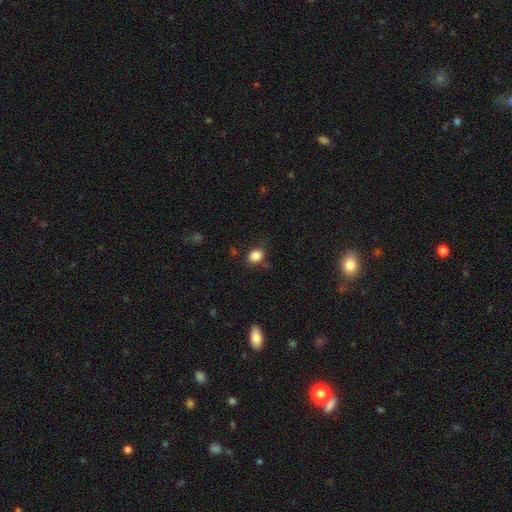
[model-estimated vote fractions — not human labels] Smooth or featured?
  - smooth: 85% *
  - star or artifact: 10%
  - featured or disk: 5%
How rounded?
  - in between: 58% *
  - round: 41%
  - cigar-shaped: 1%
Merging?
  - none: 77% *
  - minor disturbance: 16%
  - major disturbance: 4%
  - merger: 3%